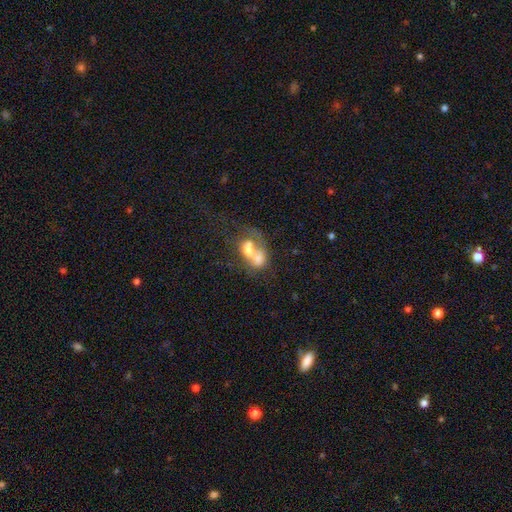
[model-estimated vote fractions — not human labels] Smooth or featured? smooth (48%)
Merging? merger (73%)